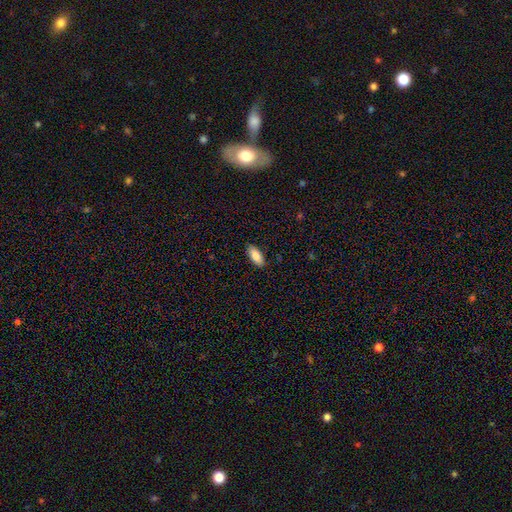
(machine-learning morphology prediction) Overall: smooth (84%). How rounded: in between (87%). Merging: none (89%).